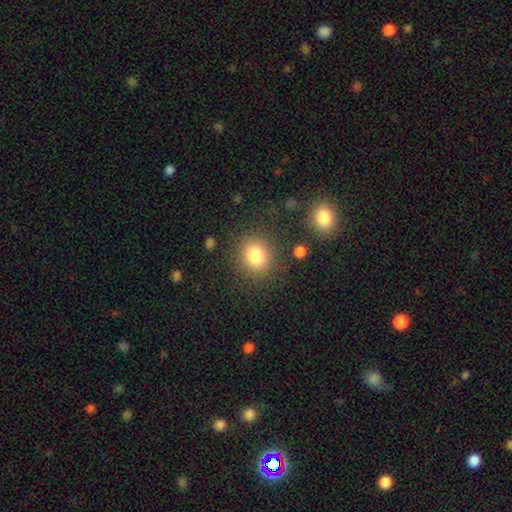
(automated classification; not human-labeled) The model was most divided on "how rounded": round: 79%, in between: 20%, cigar-shaped: 1%. More confident: merging — none (84%); smooth or featured — smooth (81%).